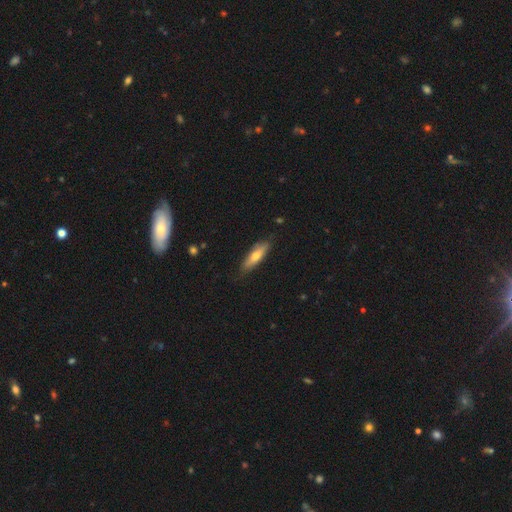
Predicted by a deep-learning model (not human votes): Overall: smooth (59%; featured or disk 35%). How rounded: cigar-shaped (65%; in between 33%). Merging: none (81%).